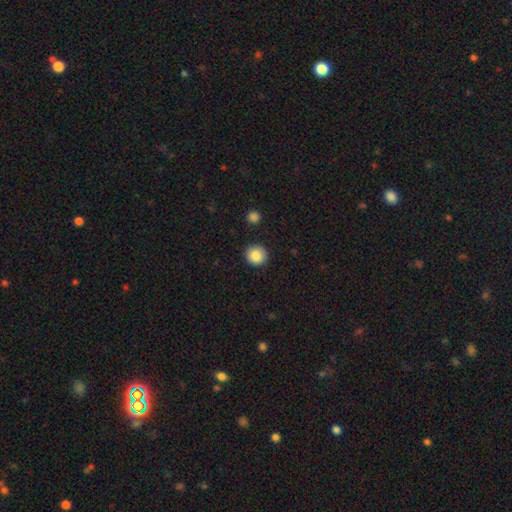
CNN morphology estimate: smooth_or_featured: smooth (p=0.86) [alt: star or artifact p=0.09]
how_rounded: round (p=0.92) [alt: in between p=0.07]
merging: none (p=0.91) [alt: minor disturbance p=0.06]